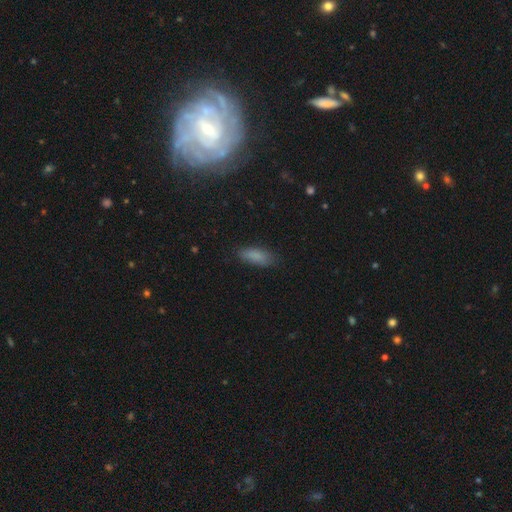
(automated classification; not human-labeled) Q: Smooth or featured?
A: smooth (85%); runner-up: star or artifact (8%)
Q: How rounded?
A: in between (72%); runner-up: cigar-shaped (26%)
Q: Merging?
A: none (79%); runner-up: minor disturbance (16%)